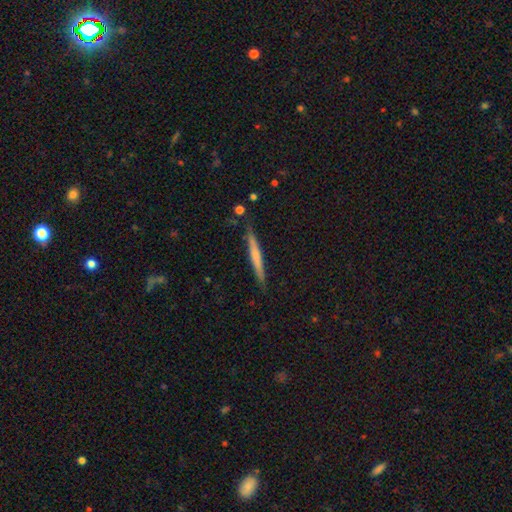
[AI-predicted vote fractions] The model was most divided on "smooth or featured": smooth: 53%, featured or disk: 41%, star or artifact: 6%. More confident: how rounded — cigar-shaped (96%); merging — none (85%).